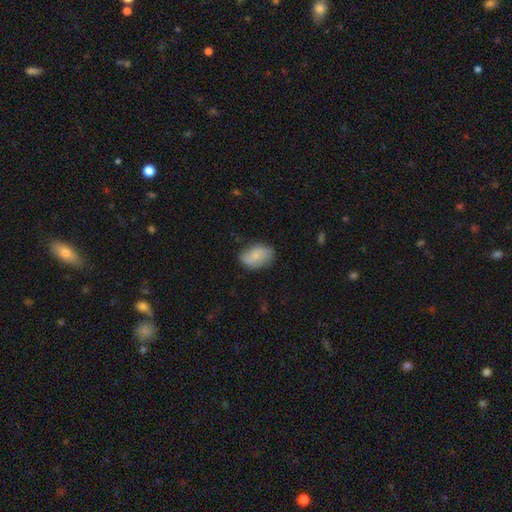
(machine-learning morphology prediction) type=smooth (67%); roundness=in between (87%); merging=none (72%).